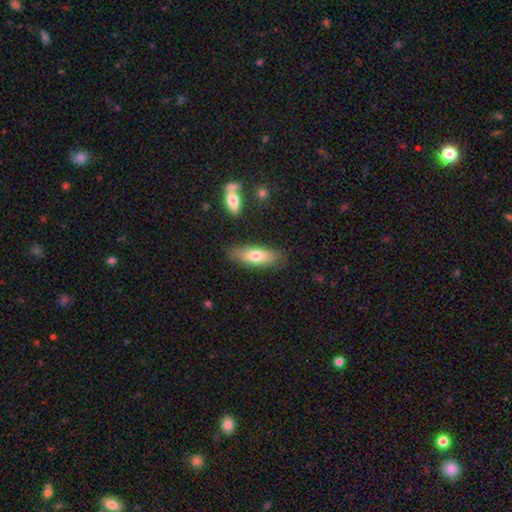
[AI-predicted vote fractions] Smooth or featured: smooth — 70% (featured or disk — 24%)
How rounded: in between — 58% (cigar-shaped — 40%)
Merging: none — 82% (minor disturbance — 12%)